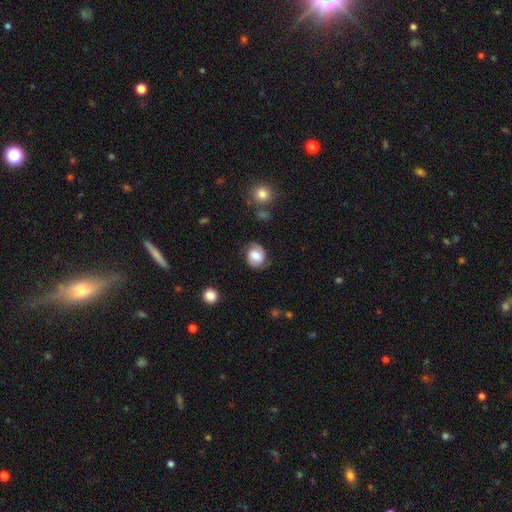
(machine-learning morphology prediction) Smooth or featured? Predicted: featured or disk (p=0.58). Edge-on disk? Predicted: no (p=0.97). Bar? Predicted: no (p=0.47). Spiral arms? Predicted: yes (p=0.88). Bulge size? Predicted: moderate (p=0.61). Merging? Predicted: none (p=0.75).